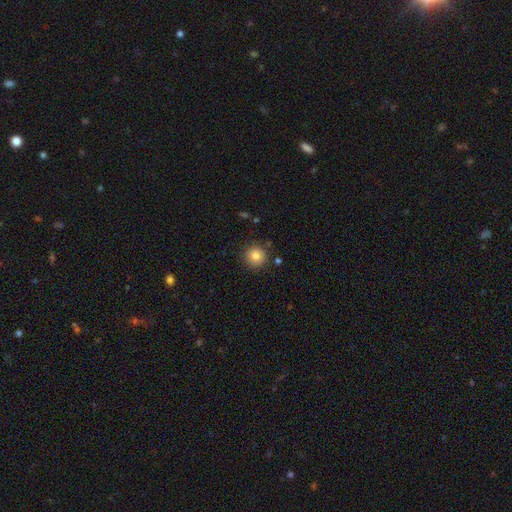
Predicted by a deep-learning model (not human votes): A smooth galaxy with no disk features (83%) that is round (94%). Merging: none (87%).